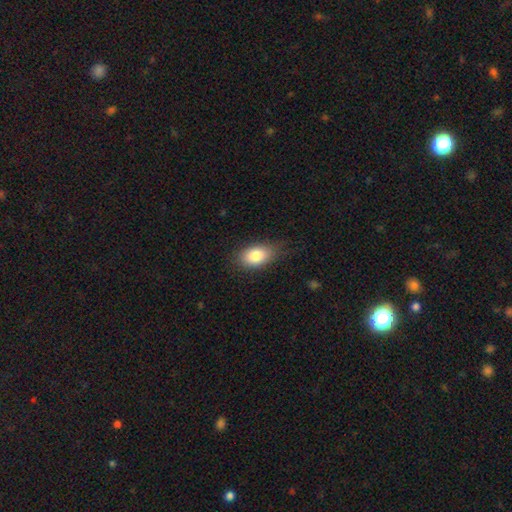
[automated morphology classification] A smooth galaxy with no disk features (83%) that is in between round and cigar-shaped (88%). Merging: none (75%).